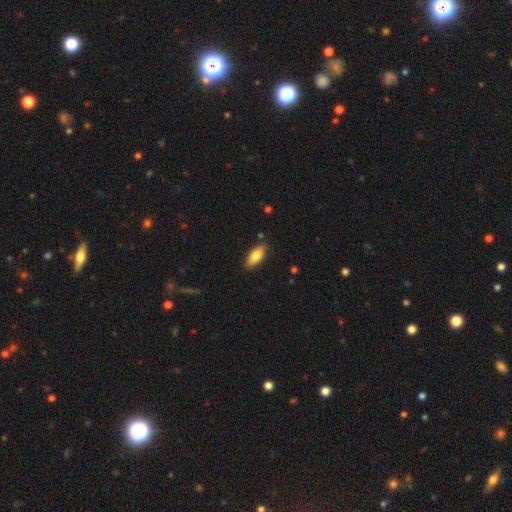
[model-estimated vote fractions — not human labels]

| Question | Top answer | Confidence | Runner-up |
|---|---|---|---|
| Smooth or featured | smooth | 80% | featured or disk (14%) |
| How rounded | in between | 78% | cigar-shaped (19%) |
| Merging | none | 85% | minor disturbance (11%) |